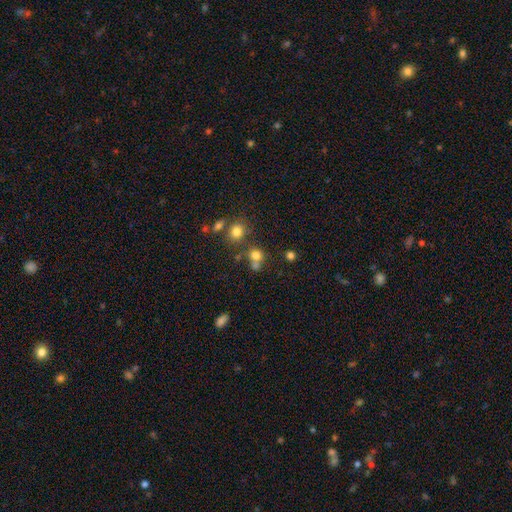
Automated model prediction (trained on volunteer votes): Smooth or featured? smooth (74%)
How rounded? round (82%)
Merging? none (53%)